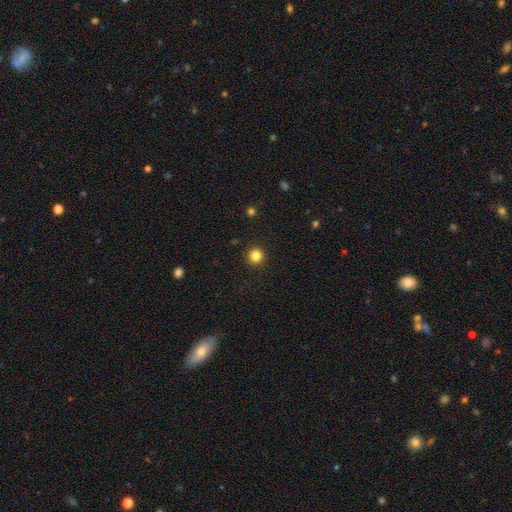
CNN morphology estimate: Q: Smooth or featured?
A: smooth (84%); runner-up: star or artifact (12%)
Q: How rounded?
A: round (94%); runner-up: in between (5%)
Q: Merging?
A: none (93%); runner-up: minor disturbance (5%)